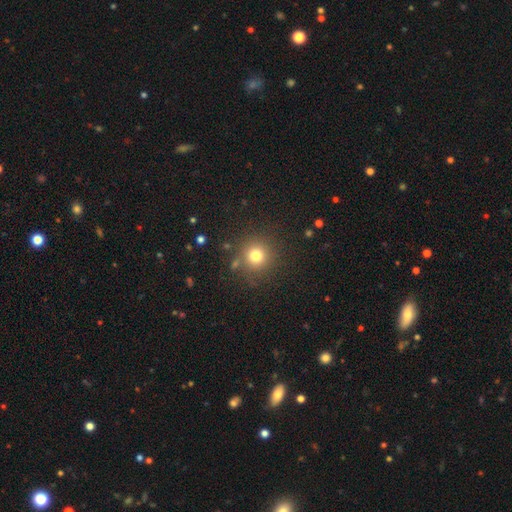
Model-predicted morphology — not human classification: Smooth or featured?
  - smooth: 77% *
  - star or artifact: 16%
  - featured or disk: 8%
How rounded?
  - round: 94% *
  - in between: 5%
  - cigar-shaped: 1%
Merging?
  - none: 83% *
  - minor disturbance: 9%
  - merger: 4%
  - major disturbance: 4%